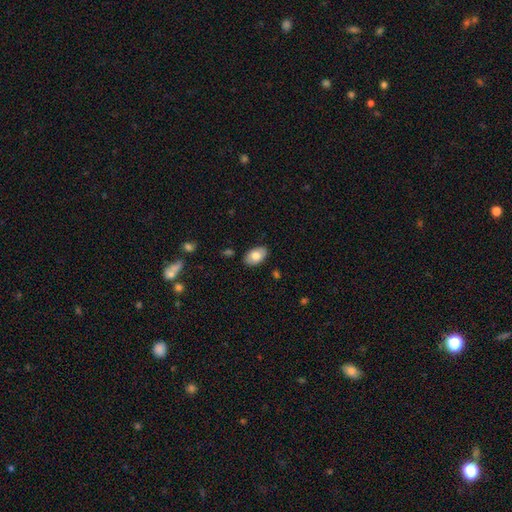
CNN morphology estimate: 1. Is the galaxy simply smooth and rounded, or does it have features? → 78% smooth, 16% featured or disk, 7% star or artifact.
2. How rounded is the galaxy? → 92% in between, 6% round, 1% cigar-shaped.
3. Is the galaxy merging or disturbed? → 86% none, 11% minor disturbance, 2% major disturbance, 1% merger.